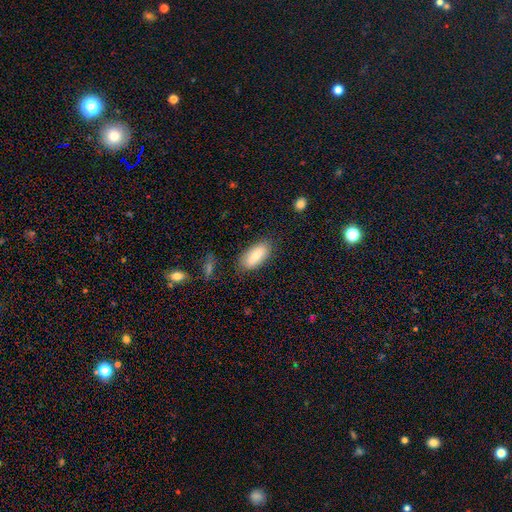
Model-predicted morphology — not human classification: This appears to be a smooth galaxy with no disk features (76%) that is in between round and cigar-shaped (85%). Merging: none (82%).